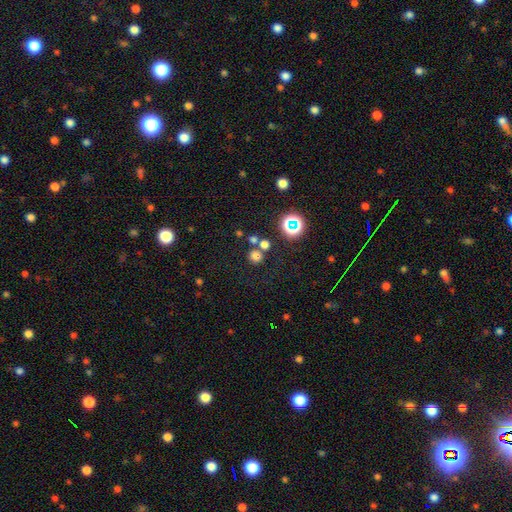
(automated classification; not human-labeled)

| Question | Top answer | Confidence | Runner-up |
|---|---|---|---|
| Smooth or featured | smooth | 66% | star or artifact (27%) |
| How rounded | round | 90% | in between (9%) |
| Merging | none | 68% | merger (21%) |